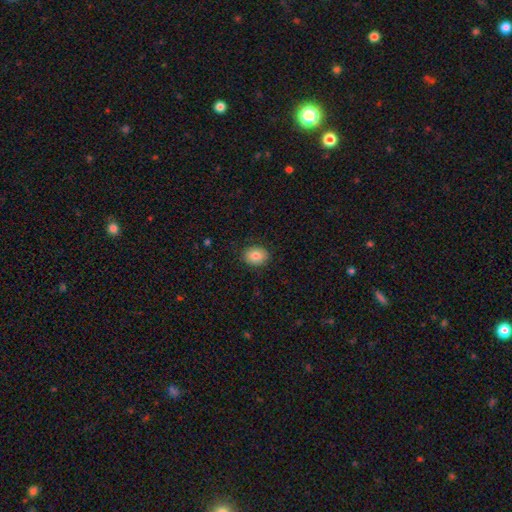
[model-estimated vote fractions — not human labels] Smooth or featured: smooth — 83% (featured or disk — 9%)
How rounded: in between — 51% (round — 48%)
Merging: none — 89% (minor disturbance — 8%)